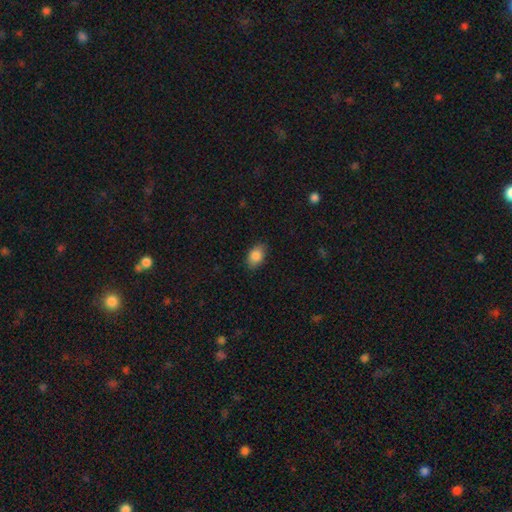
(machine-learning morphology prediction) smooth-or-featured: smooth: 86% | star or artifact: 8% | featured or disk: 6%
  how-rounded: in between: 86% | round: 13% | cigar-shaped: 2%
  merging: none: 83% | minor disturbance: 13% | major disturbance: 3% | merger: 1%